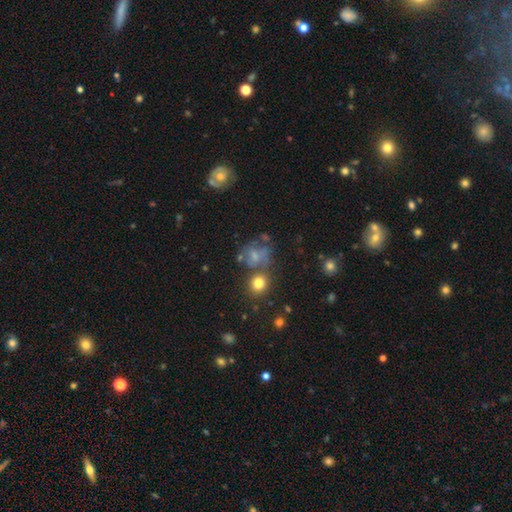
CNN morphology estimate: This is possibly a smooth galaxy (50%). How rounded: likely round (64%). Merging: marginally none (44%).